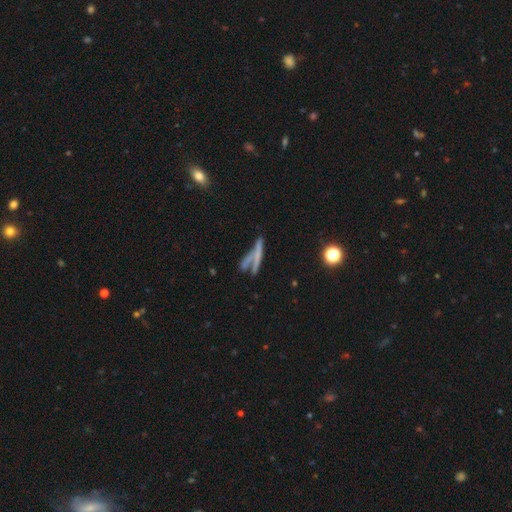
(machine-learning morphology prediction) smooth 49%, featured or disk 37%, star or artifact 13%. Down the decision tree: merging — none (41%).